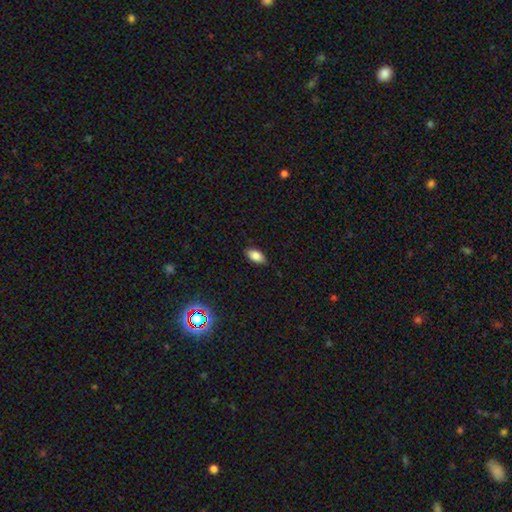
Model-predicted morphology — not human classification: This is clearly a smooth galaxy (84%). How rounded: clearly in between (91%). Merging: clearly none (85%).